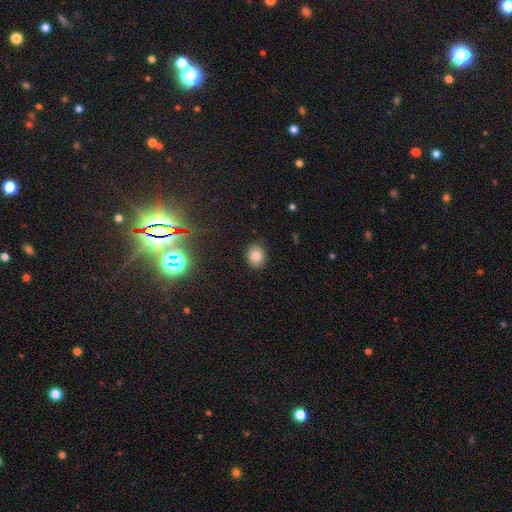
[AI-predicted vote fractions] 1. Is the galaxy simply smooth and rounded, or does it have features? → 81% smooth, 12% star or artifact, 7% featured or disk.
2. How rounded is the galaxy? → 51% round, 48% in between, 1% cigar-shaped.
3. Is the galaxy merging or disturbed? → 88% none, 9% minor disturbance, 2% major disturbance, 1% merger.